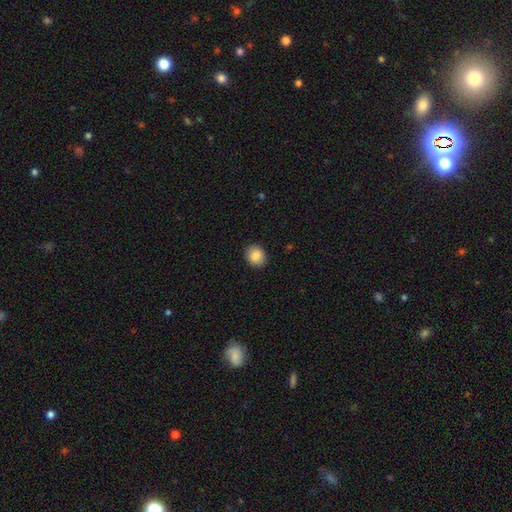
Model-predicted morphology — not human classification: This is clearly a smooth galaxy (87%). How rounded: likely round (69%). Merging: clearly none (89%).